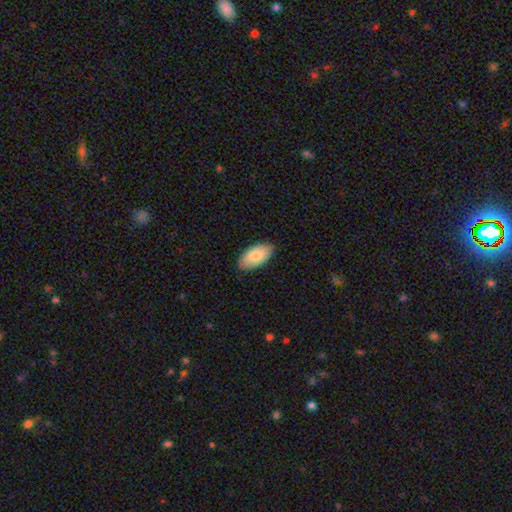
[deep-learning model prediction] Morphology: type=smooth (83%); roundness=in between (95%); merging=none (85%).